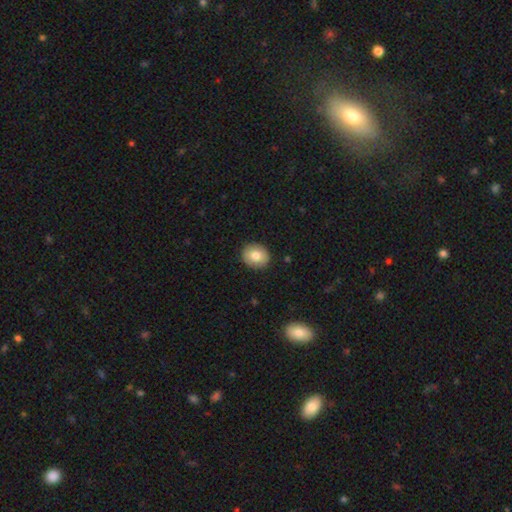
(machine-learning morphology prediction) This is likely a smooth galaxy (79%). How rounded: likely round (65%). Merging: clearly none (89%).